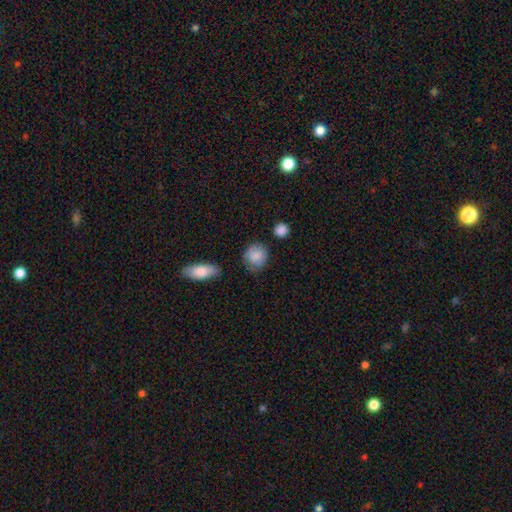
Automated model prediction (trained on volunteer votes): Smooth or featured? smooth (84%)
How rounded? round (78%)
Merging? none (75%)